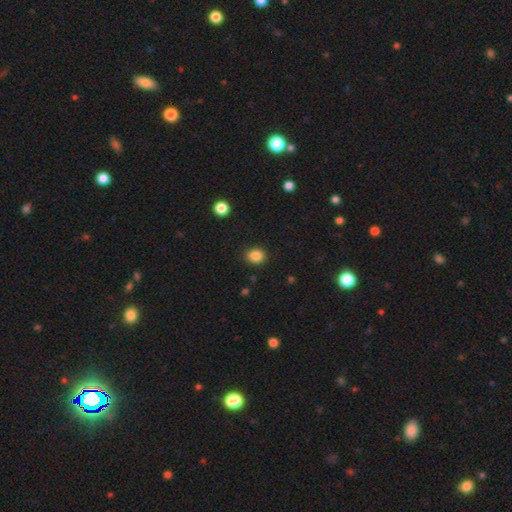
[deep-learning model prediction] A smooth galaxy with no disk features (86%) that is round (67%).

Vote fractions:
- Smooth or featured? smooth: 86% / star or artifact: 11% / featured or disk: 4%
- How rounded? round: 67% / in between: 32% / cigar-shaped: 1%
- Merging? none: 89% / minor disturbance: 7% / major disturbance: 2% / merger: 1%